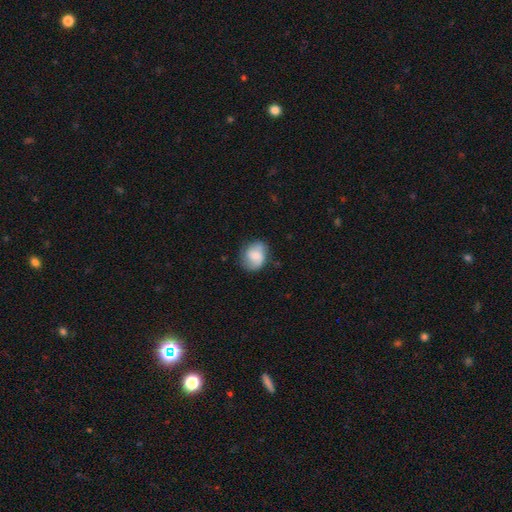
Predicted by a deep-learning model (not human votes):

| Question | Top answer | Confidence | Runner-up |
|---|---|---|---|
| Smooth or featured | smooth | 55% | featured or disk (37%) |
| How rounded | round | 53% | in between (46%) |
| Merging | none | 70% | minor disturbance (21%) |